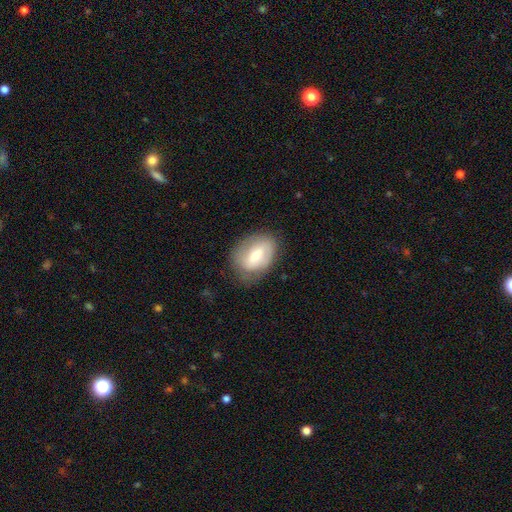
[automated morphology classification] Smooth or featured: smooth — 52% (featured or disk — 41%)
How rounded: in between — 78% (round — 21%)
Merging: none — 70% (minor disturbance — 22%)